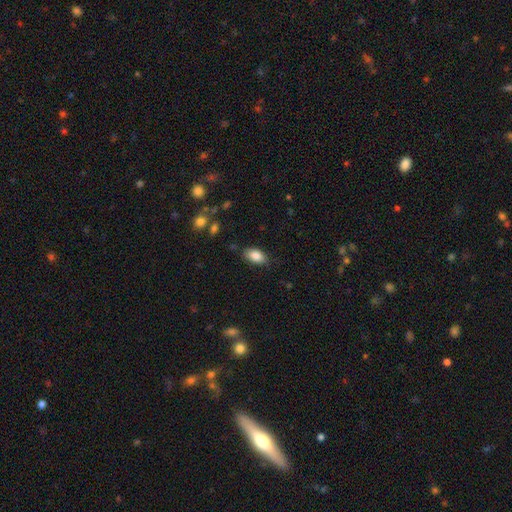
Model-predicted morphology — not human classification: The model was most divided on "merging": none: 79%, minor disturbance: 16%, major disturbance: 3%, merger: 2%. More confident: how rounded — in between (92%); smooth or featured — smooth (86%).